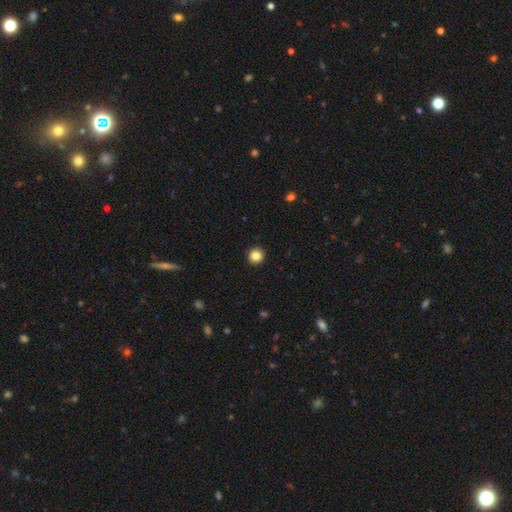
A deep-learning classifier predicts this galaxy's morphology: Smooth or featured? Predicted: smooth (p=0.85). How rounded? Predicted: round (p=0.93). Merging? Predicted: none (p=0.93).